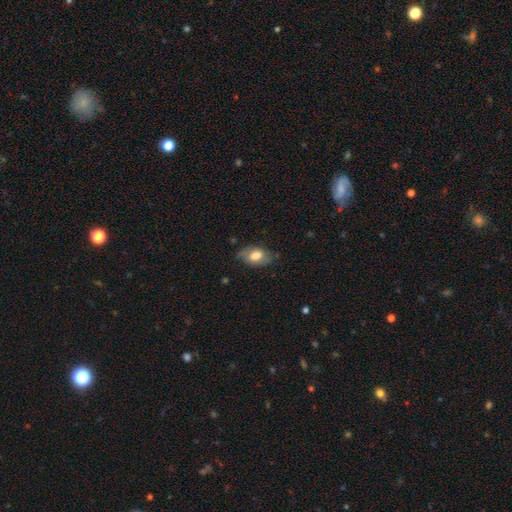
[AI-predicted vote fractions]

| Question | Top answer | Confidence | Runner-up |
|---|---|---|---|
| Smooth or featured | smooth | 69% | featured or disk (24%) |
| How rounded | in between | 90% | round (8%) |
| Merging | none | 70% | minor disturbance (23%) |